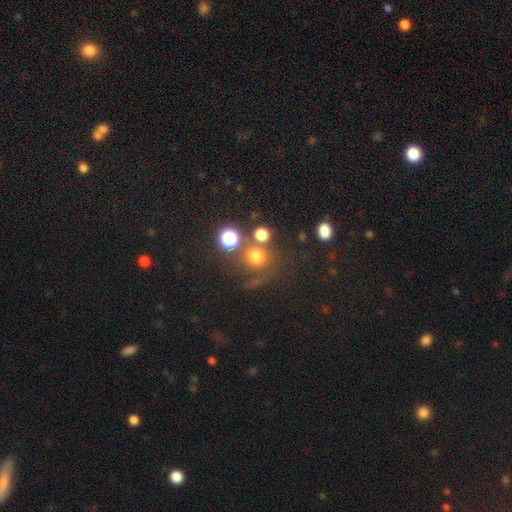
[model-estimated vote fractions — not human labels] smooth-or-featured: smooth: 69% | star or artifact: 20% | featured or disk: 11%
  how-rounded: round: 90% | in between: 9% | cigar-shaped: 1%
  merging: none: 60% | merger: 21% | minor disturbance: 11% | major disturbance: 9%